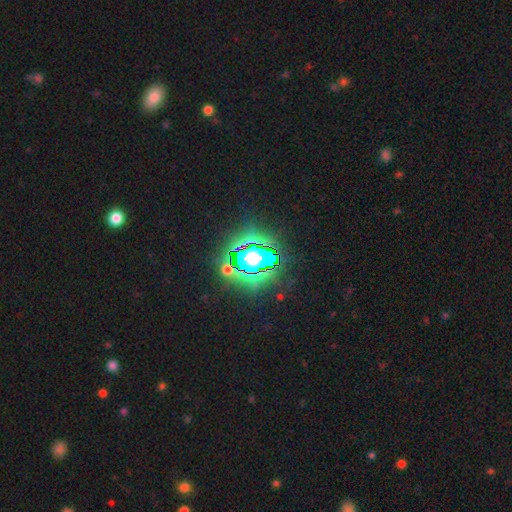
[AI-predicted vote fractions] Smooth or featured: star or artifact — 71% (smooth — 18%)